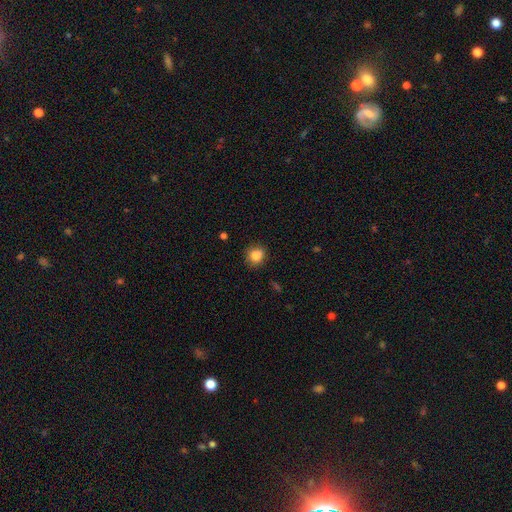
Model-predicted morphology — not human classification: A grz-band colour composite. It shows a smooth galaxy with no disk features (84%) that is round (79%). Merging: none (85%).